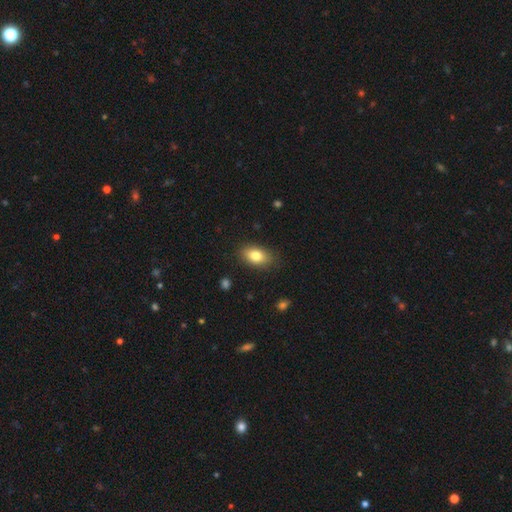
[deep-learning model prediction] smooth-or-featured: smooth: 81% | featured or disk: 11% | star or artifact: 8%
  how-rounded: in between: 88% | round: 10% | cigar-shaped: 2%
  merging: none: 85% | minor disturbance: 11% | major disturbance: 3% | merger: 1%